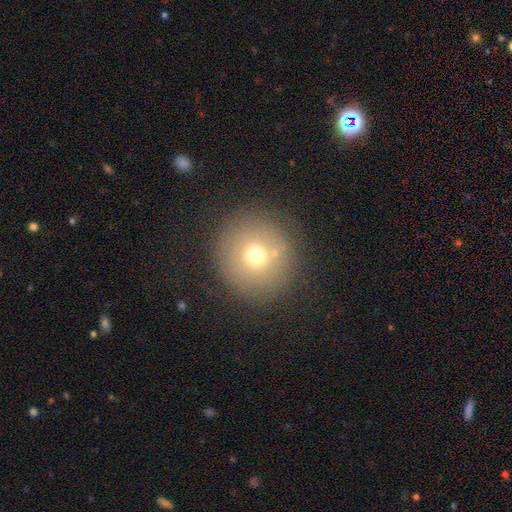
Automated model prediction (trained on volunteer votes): Morphology: type=smooth (67%); roundness=round (94%); merging=none (82%).